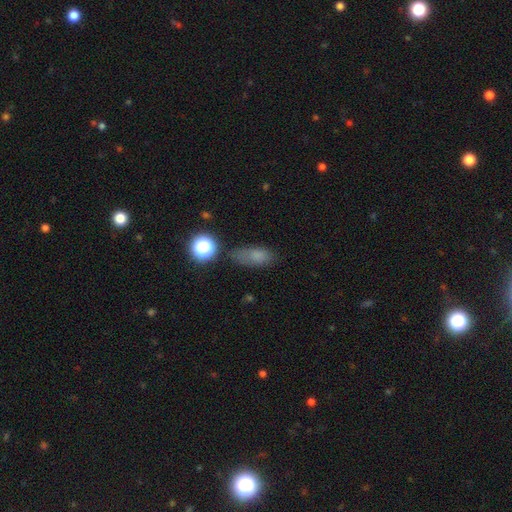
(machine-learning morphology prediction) smooth_or_featured: smooth (p=0.73) [alt: star or artifact p=0.17]
how_rounded: in between (p=0.75) [alt: cigar-shaped p=0.14]
merging: none (p=0.63) [alt: minor disturbance p=0.22]